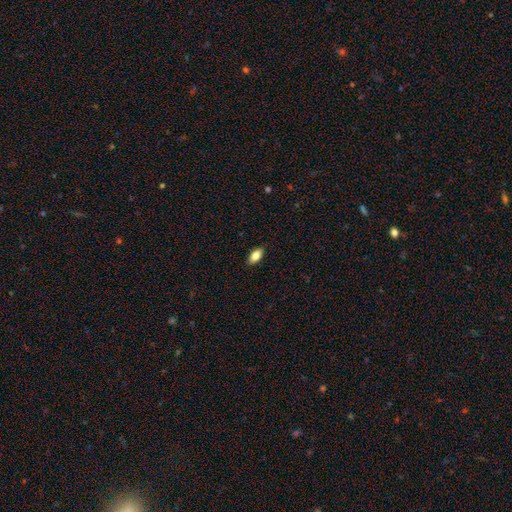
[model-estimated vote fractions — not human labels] smooth-or-featured: smooth: 81% | featured or disk: 12% | star or artifact: 7%
  how-rounded: in between: 89% | cigar-shaped: 8% | round: 3%
  merging: none: 88% | minor disturbance: 9% | major disturbance: 2% | merger: 1%